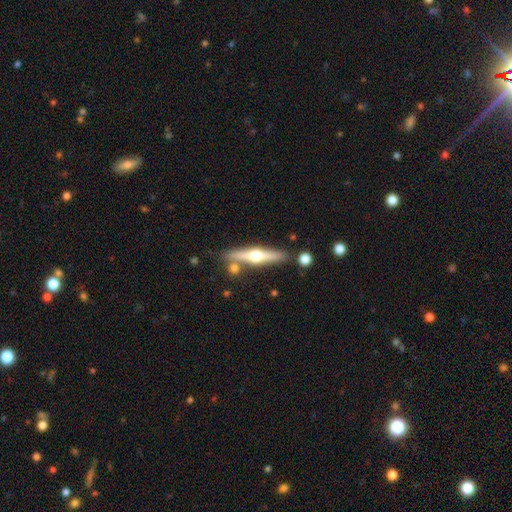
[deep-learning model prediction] This is likely a featured or disk galaxy (69%). It is clearly viewed edge-on (96%). Edge-on bulge: clearly rounded (95%). Merging: likely none (79%).